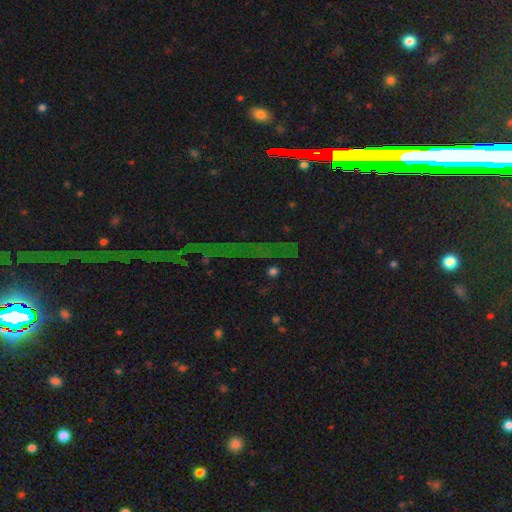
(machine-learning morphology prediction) This appears to be a star or artifact, not a galaxy (78%).